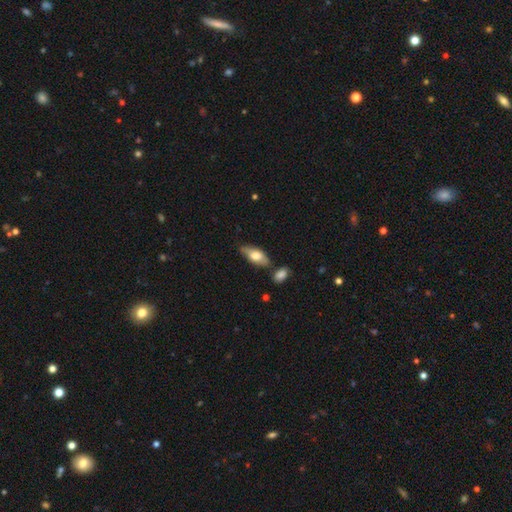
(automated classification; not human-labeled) Morphology: type=smooth (66%); roundness=in between (82%); merging=none (60%).